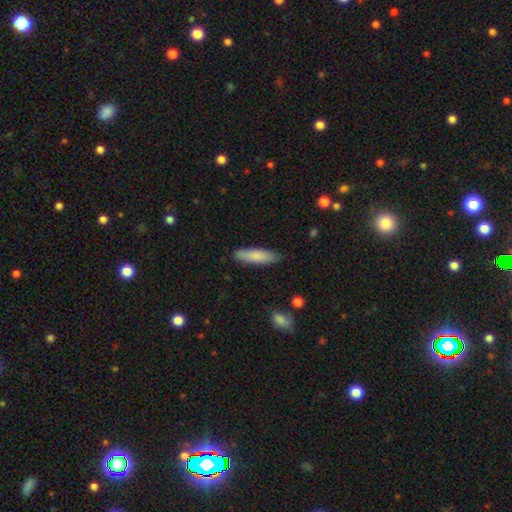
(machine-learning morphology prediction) The model was most divided on "how rounded": cigar-shaped: 68%, in between: 30%, round: 1%. More confident: merging — none (85%); smooth or featured — smooth (83%).